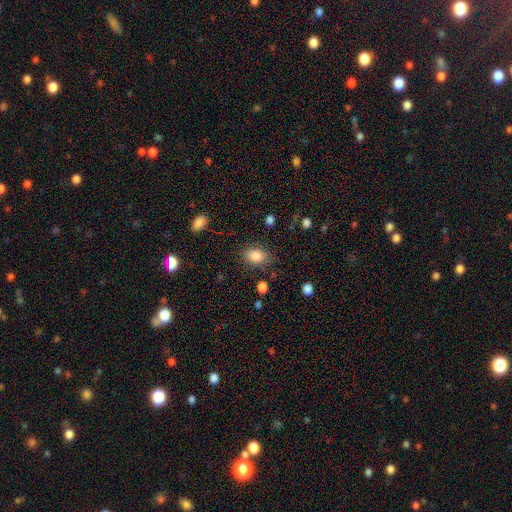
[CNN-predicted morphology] Smooth or featured? Predicted: smooth (p=0.85). How rounded? Predicted: in between (p=0.77). Merging? Predicted: none (p=0.80).